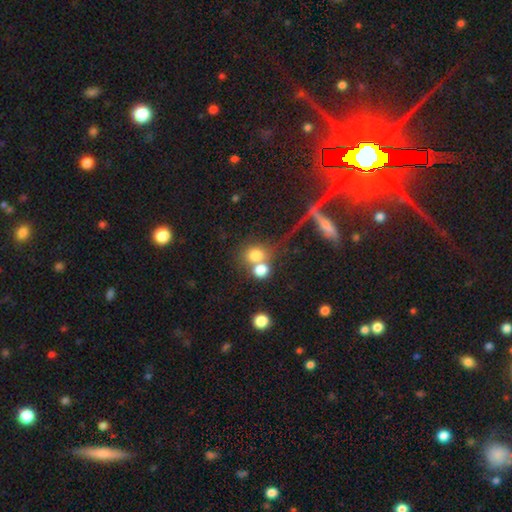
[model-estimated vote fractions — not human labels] smooth-or-featured: smooth: 74% | featured or disk: 13% | star or artifact: 13%
  how-rounded: round: 67% | in between: 32% | cigar-shaped: 2%
  merging: merger: 50% | none: 36% | minor disturbance: 8% | major disturbance: 6%